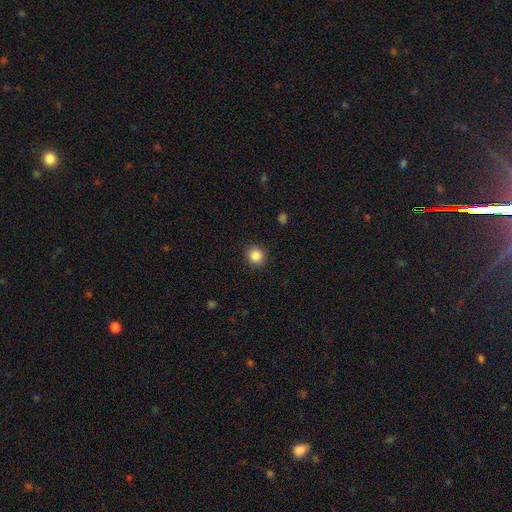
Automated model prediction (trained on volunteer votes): This is clearly a smooth galaxy (86%). How rounded: clearly round (91%). Merging: clearly none (91%).